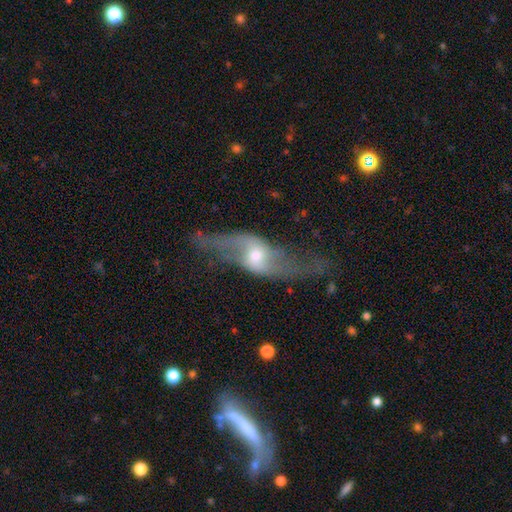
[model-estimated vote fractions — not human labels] Smooth or featured: featured or disk — 81% (smooth — 13%)
Edge-on disk: no — 82% (yes — 18%)
Bar: no — 42% (weak — 40%)
Spiral arms: yes — 88% (no — 12%)
Spiral winding: loose — 83% (medium — 12%)
Spiral arm count: 2 — 92% (can't tell — 3%)
Bulge size: moderate — 61% (small — 29%)
Merging: none — 60% (minor disturbance — 20%)